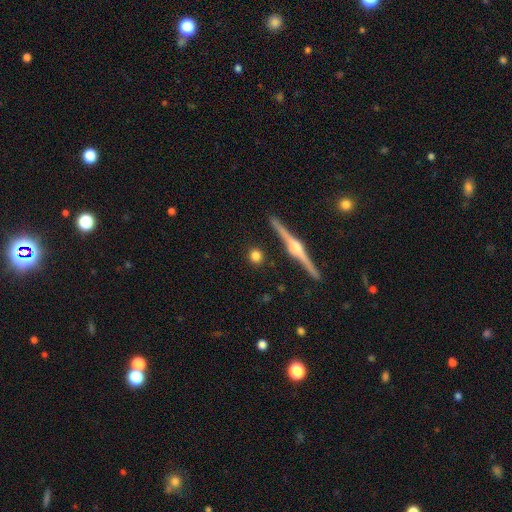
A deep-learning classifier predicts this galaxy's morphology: A smooth galaxy with no disk features (61%) that is round (88%). Merging: none (89%).